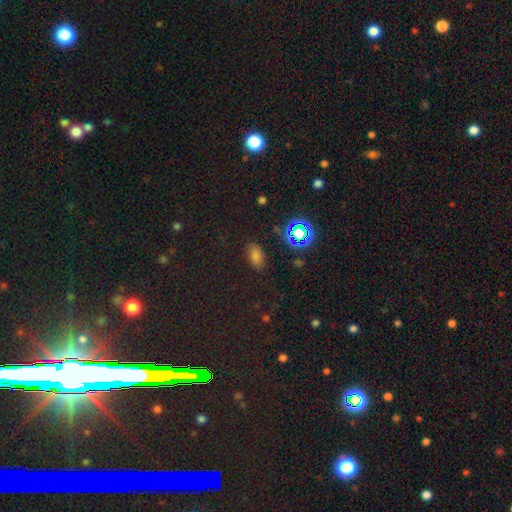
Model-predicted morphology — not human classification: Q: Smooth or featured?
A: smooth (67%); runner-up: star or artifact (27%)
Q: How rounded?
A: in between (87%); runner-up: round (10%)
Q: Merging?
A: none (84%); runner-up: minor disturbance (11%)